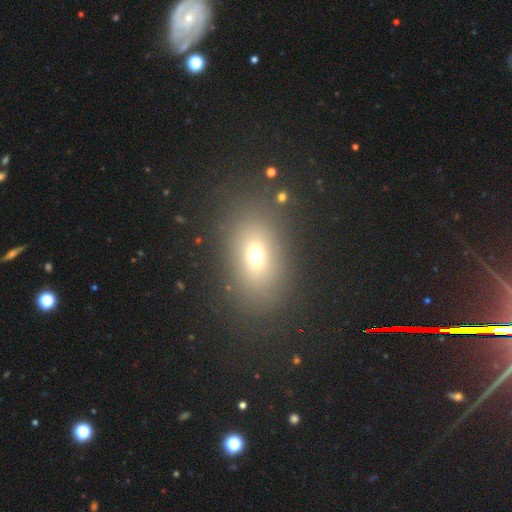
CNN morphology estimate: A smooth galaxy with no disk features (66%) that is in between round and cigar-shaped (75%).

Vote fractions:
- Smooth or featured? smooth: 66% / star or artifact: 18% / featured or disk: 16%
- How rounded? in between: 75% / round: 22% / cigar-shaped: 3%
- Merging? none: 82% / minor disturbance: 10% / major disturbance: 6% / merger: 2%